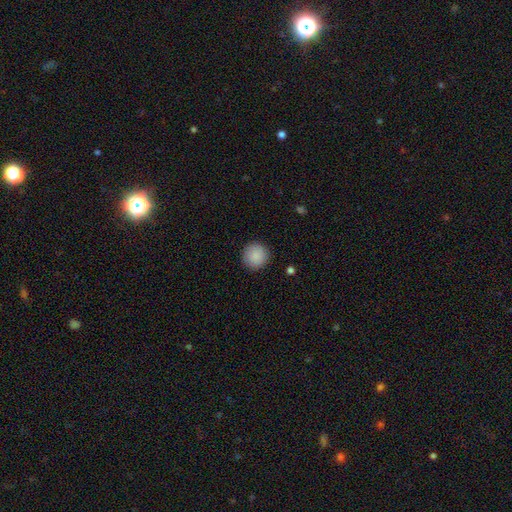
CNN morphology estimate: smooth 89%, star or artifact 8%, featured or disk 3%. Down the decision tree: how rounded — round (95%); merging — none (91%).